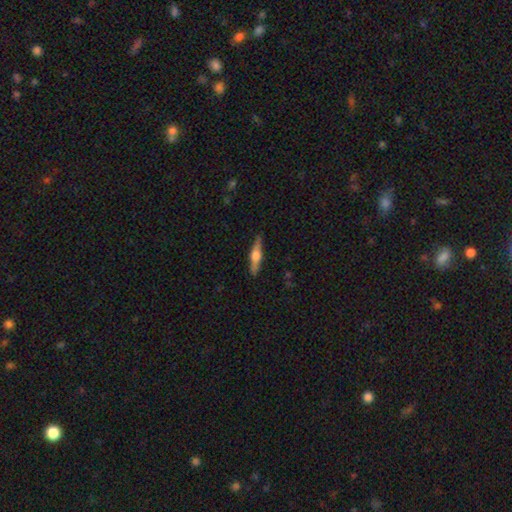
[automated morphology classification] Smooth or featured: featured or disk — 59% (smooth — 35%)
Edge-on disk: yes — 96% (no — 4%)
Edge-on bulge: rounded — 88% (boxy — 9%)
Merging: none — 88% (minor disturbance — 9%)